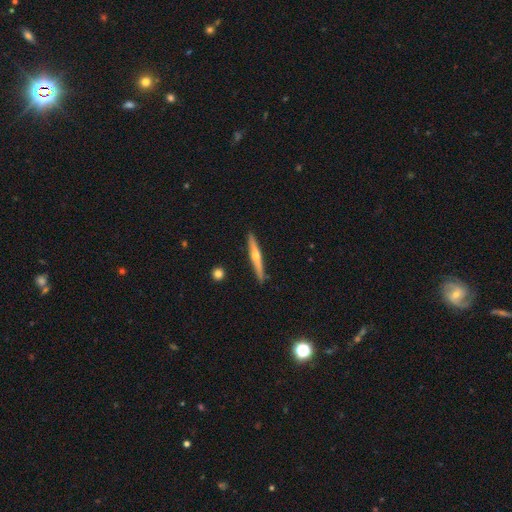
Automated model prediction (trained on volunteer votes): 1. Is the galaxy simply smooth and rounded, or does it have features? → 65% featured or disk, 29% smooth, 6% star or artifact.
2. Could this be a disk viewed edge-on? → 97% yes, 3% no.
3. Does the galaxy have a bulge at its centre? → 86% rounded, 11% none, 2% boxy.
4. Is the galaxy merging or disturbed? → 90% none, 7% minor disturbance, 1% merger, 1% major disturbance.